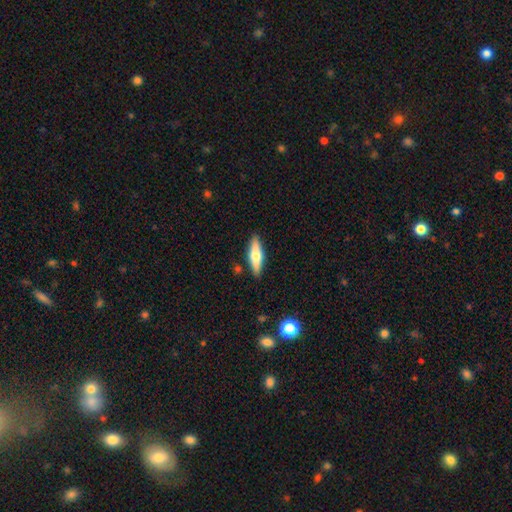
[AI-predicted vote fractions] smooth_or_featured: smooth (p=0.55) [alt: featured or disk p=0.39]
how_rounded: cigar-shaped (p=0.57) [alt: in between p=0.40]
merging: none (p=0.87) [alt: minor disturbance p=0.09]